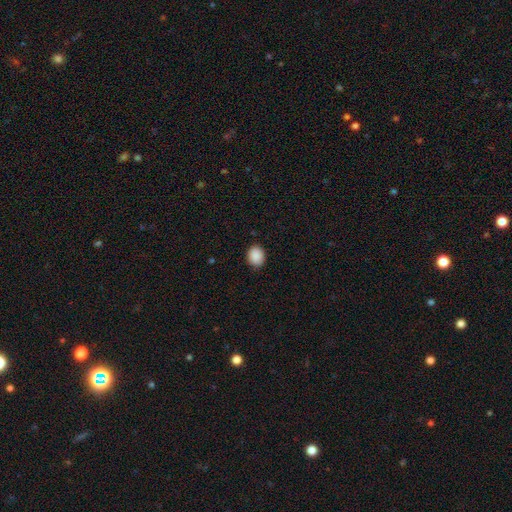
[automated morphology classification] smooth-or-featured: smooth: 90% | star or artifact: 8% | featured or disk: 2%
  how-rounded: round: 56% | in between: 43% | cigar-shaped: 1%
  merging: none: 88% | minor disturbance: 9% | major disturbance: 2% | merger: 1%